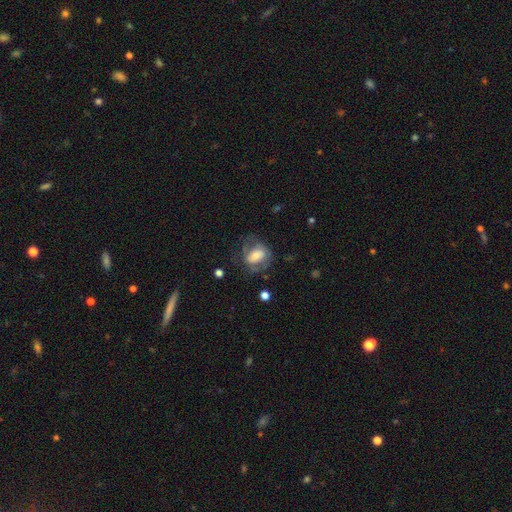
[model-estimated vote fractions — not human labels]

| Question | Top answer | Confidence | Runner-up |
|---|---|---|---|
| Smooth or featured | featured or disk | 48% | smooth (44%) |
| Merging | none | 54% | minor disturbance (23%) |